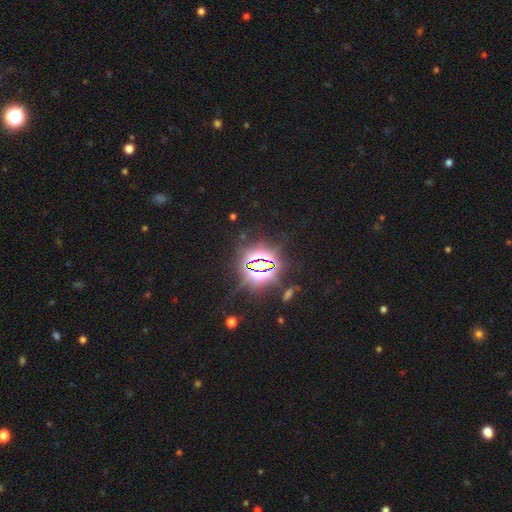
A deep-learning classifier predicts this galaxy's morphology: Q: Smooth or featured?
A: star or artifact (85%); runner-up: smooth (9%)